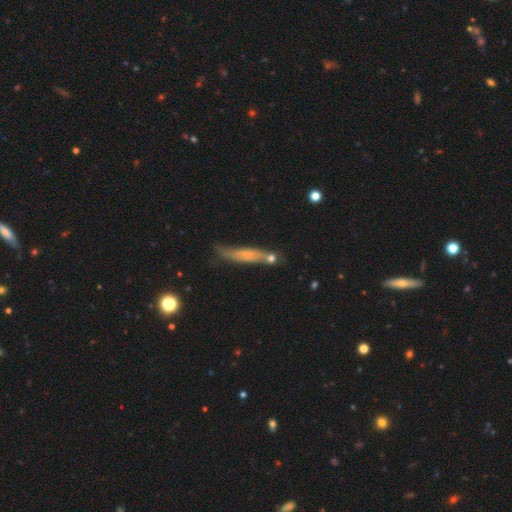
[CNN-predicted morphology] smooth 50%, featured or disk 36%, star or artifact 14%. Down the decision tree: merging — none (64%).